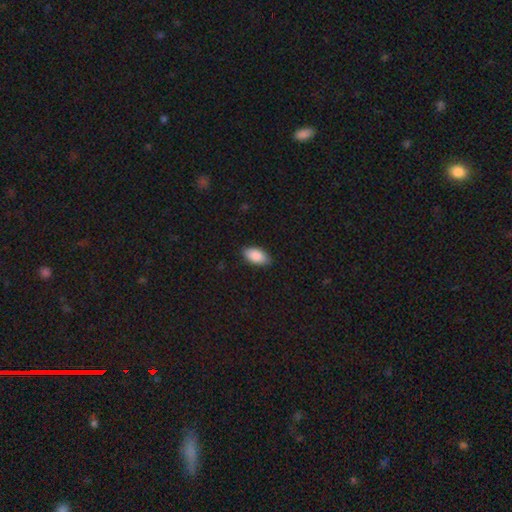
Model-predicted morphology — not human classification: Overall: smooth (90%). How rounded: in between (95%). Merging: none (87%).